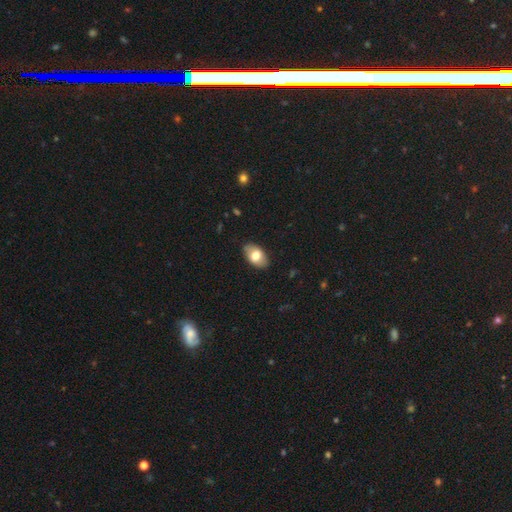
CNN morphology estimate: Overall: smooth (72%). How rounded: in between (92%). Merging: none (85%).